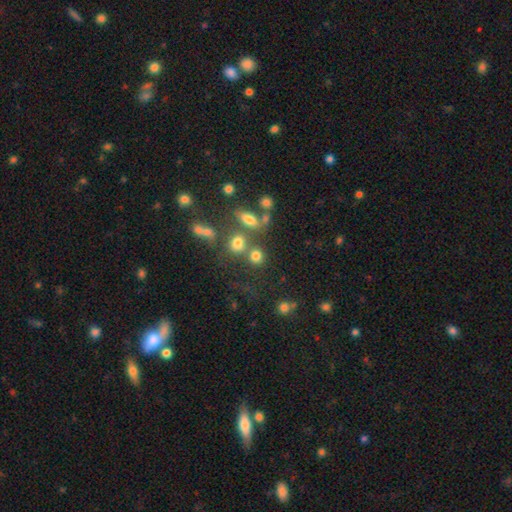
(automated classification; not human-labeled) smooth 75%, star or artifact 15%, featured or disk 10%. Down the decision tree: how rounded — round (78%); merging — none (54%).